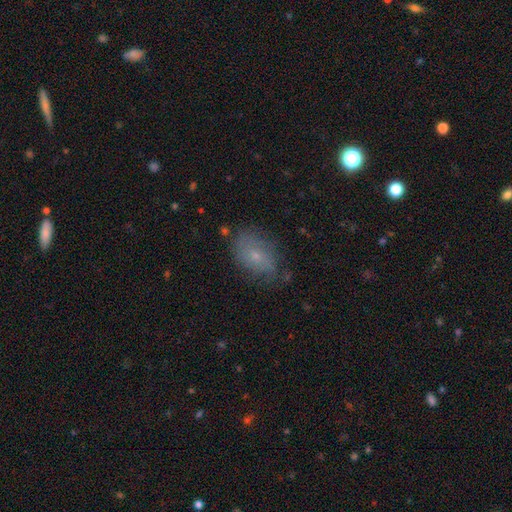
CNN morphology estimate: Smooth or featured? Predicted: smooth (p=0.58). How rounded? Predicted: in between (p=0.83). Merging? Predicted: none (p=0.65).